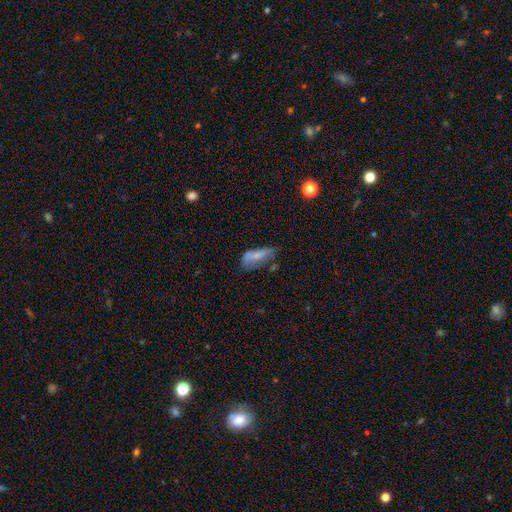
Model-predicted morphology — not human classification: type=smooth (58%); roundness=in between (69%); merging=none (31%).